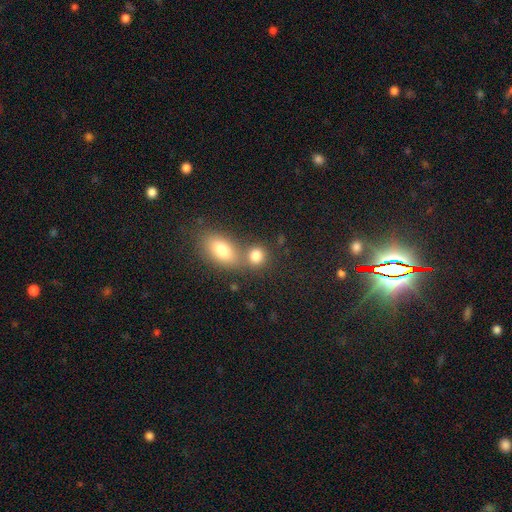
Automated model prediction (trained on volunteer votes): smooth-or-featured: smooth: 81% | star or artifact: 11% | featured or disk: 8%
  how-rounded: round: 64% | in between: 34% | cigar-shaped: 2%
  merging: none: 48% | merger: 41% | minor disturbance: 8% | major disturbance: 4%